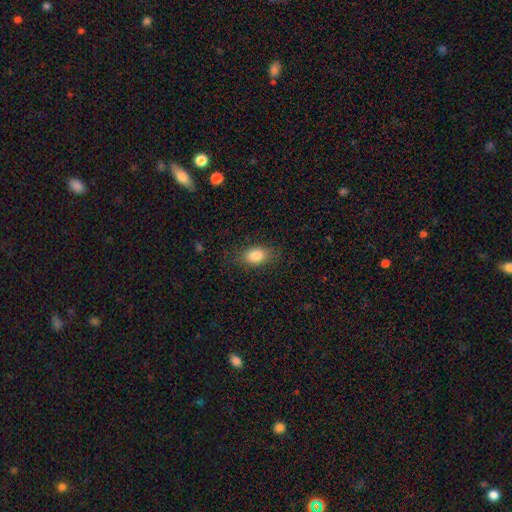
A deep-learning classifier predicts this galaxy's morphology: smooth_or_featured: smooth (p=0.83) [alt: star or artifact p=0.09]
how_rounded: in between (p=0.82) [alt: round p=0.15]
merging: none (p=0.81) [alt: minor disturbance p=0.13]